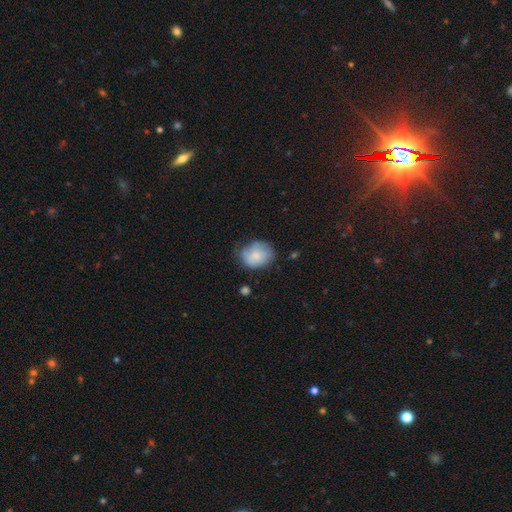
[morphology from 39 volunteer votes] Smooth or featured? smooth (77%)
How rounded? round (67%)
Merging? none (66%)